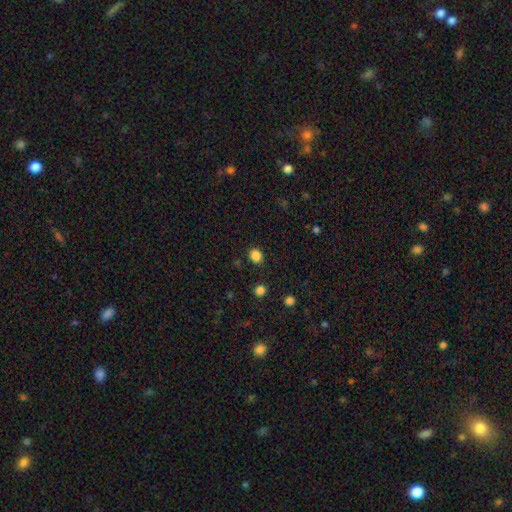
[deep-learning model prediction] Smooth or featured? Predicted: smooth (p=0.85). How rounded? Predicted: round (p=0.64). Merging? Predicted: none (p=0.86).